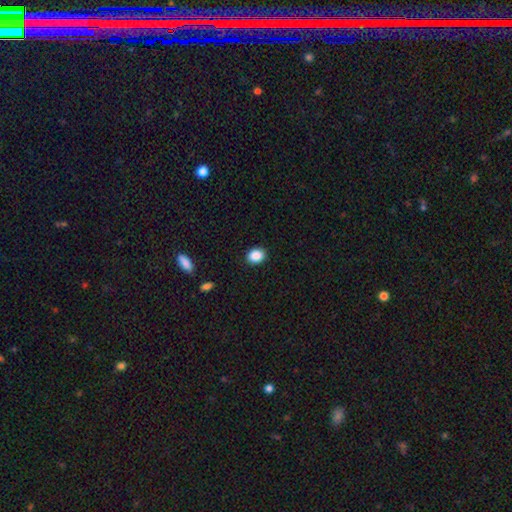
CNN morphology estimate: A smooth galaxy with no disk features (88%) that is in between round and cigar-shaped (50%).

Vote fractions:
- Smooth or featured? smooth: 88% / star or artifact: 9% / featured or disk: 3%
- How rounded? in between: 50% / round: 49% / cigar-shaped: 1%
- Merging? none: 90% / minor disturbance: 7% / major disturbance: 2% / merger: 1%